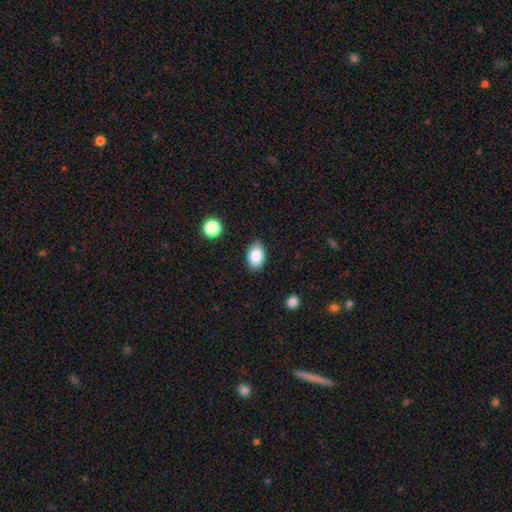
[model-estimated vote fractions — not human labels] Smooth or featured? smooth (86%)
How rounded? in between (89%)
Merging? none (85%)